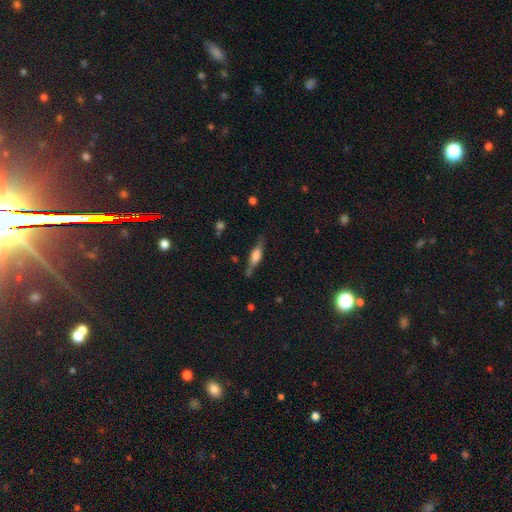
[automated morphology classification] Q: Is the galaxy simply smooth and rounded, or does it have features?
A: featured or disk — 54%.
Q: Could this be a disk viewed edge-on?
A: yes — 93%.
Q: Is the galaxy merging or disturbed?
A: none — 76%.